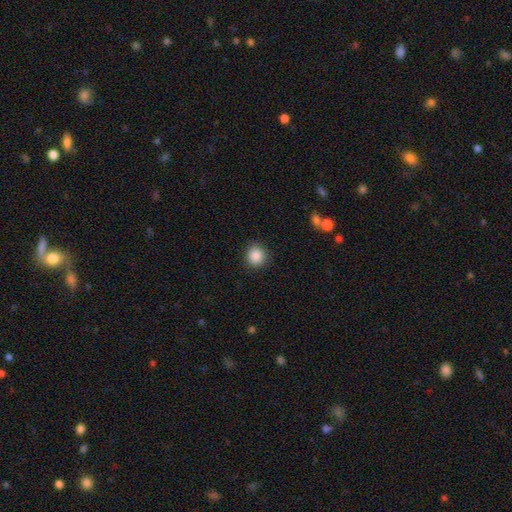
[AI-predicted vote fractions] This is clearly a smooth galaxy (88%). How rounded: clearly round (91%). Merging: clearly none (89%).